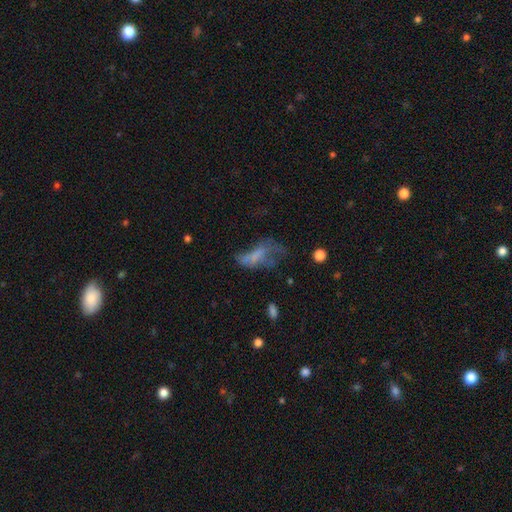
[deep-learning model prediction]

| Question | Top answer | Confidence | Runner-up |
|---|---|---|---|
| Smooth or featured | smooth | 47% | featured or disk (36%) |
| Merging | major disturbance | 50% | none (23%) |